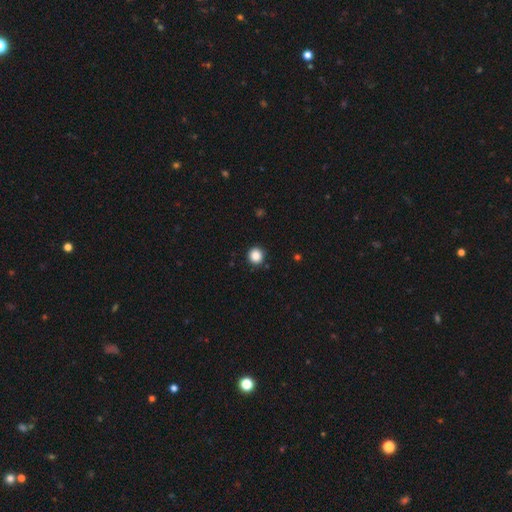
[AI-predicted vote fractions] The model was most divided on "smooth or featured": smooth: 87%, star or artifact: 11%, featured or disk: 3%. More confident: how rounded — round (92%); merging — none (91%).